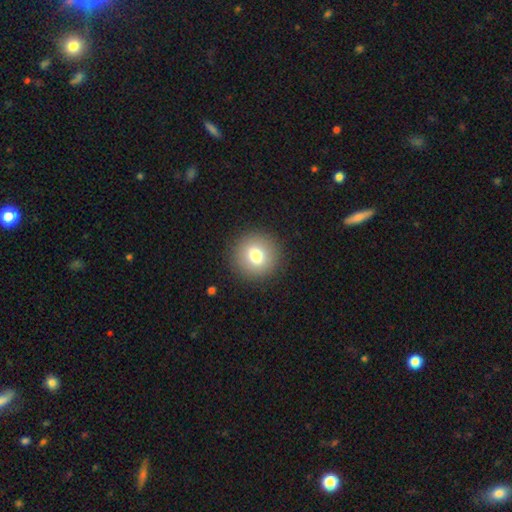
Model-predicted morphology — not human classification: This appears to be a smooth galaxy with no disk features (77%) that is round (94%). Merging: none (91%).